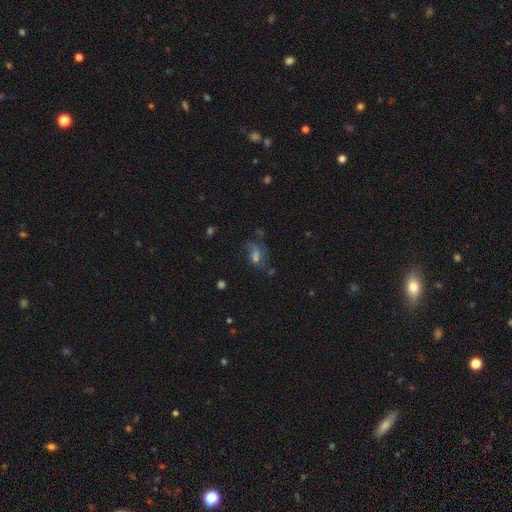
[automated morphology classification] type=featured or disk (43%); merging=none (47%).